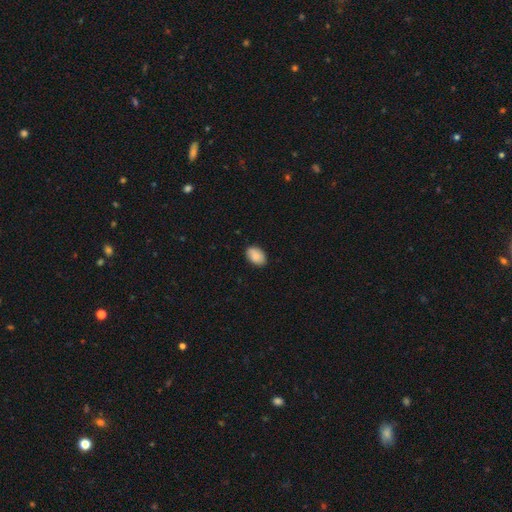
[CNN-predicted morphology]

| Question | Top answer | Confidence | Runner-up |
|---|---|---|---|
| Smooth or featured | smooth | 84% | featured or disk (9%) |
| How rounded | in between | 89% | round (10%) |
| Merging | none | 86% | minor disturbance (11%) |